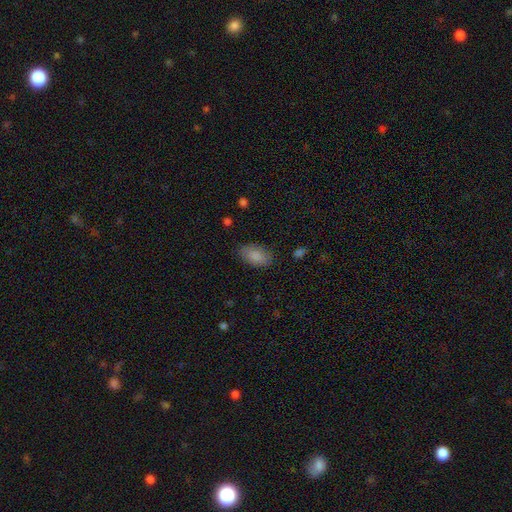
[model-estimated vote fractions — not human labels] Morphology: type=smooth (87%); roundness=in between (93%); merging=none (83%).